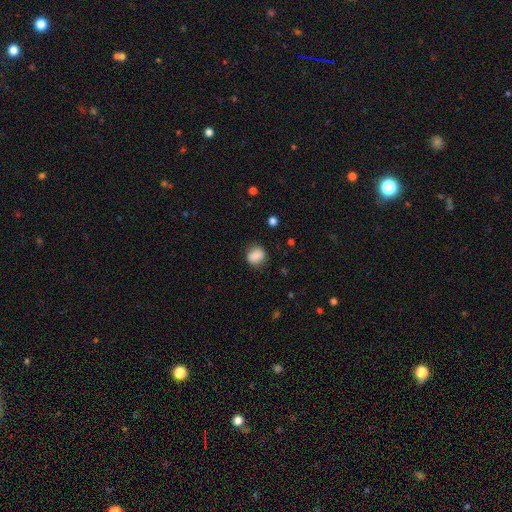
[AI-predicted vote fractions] This appears to be a smooth galaxy with no disk features (84%) that is round (62%). Merging: none (79%).